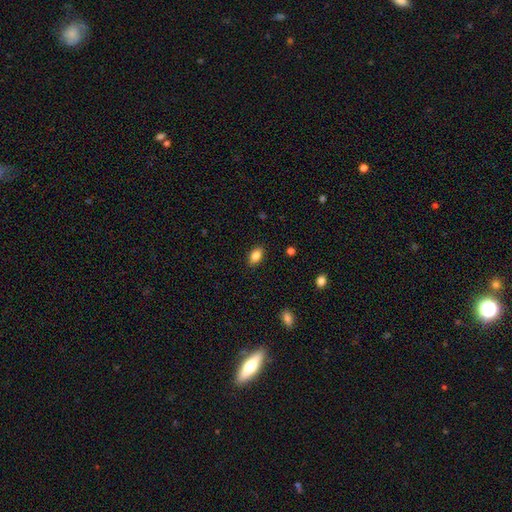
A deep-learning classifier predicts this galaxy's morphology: Smooth or featured? Predicted: smooth (p=0.85). How rounded? Predicted: in between (p=0.89). Merging? Predicted: none (p=0.88).